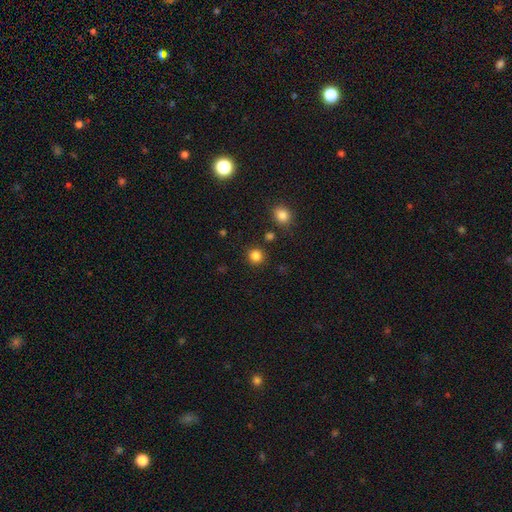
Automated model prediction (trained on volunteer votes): Smooth or featured? Predicted: smooth (p=0.84). How rounded? Predicted: round (p=0.92). Merging? Predicted: none (p=0.88).